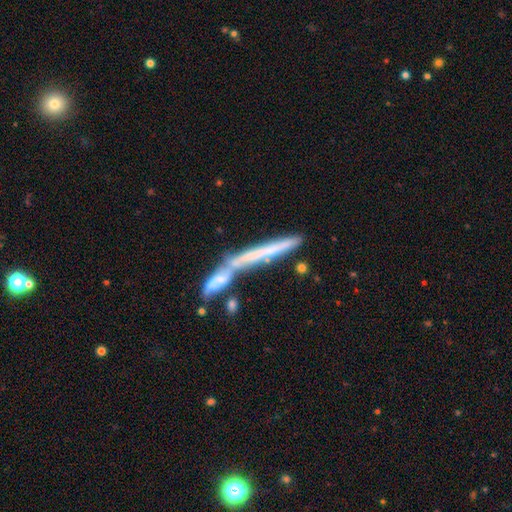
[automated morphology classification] Overall: featured or disk (54%; smooth 36%). Edge-on disk: yes (81%). Merging: merger (44%; none 36%).